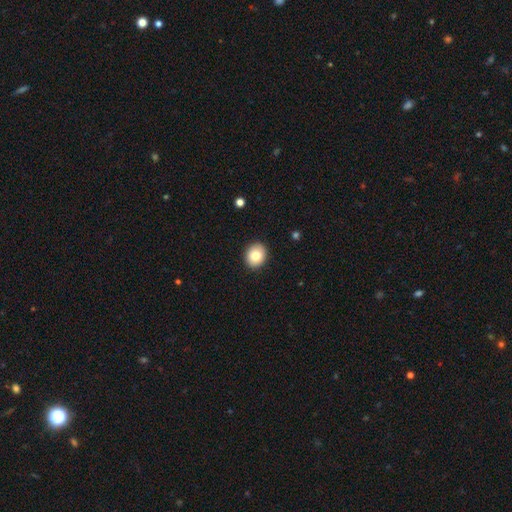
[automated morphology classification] A smooth galaxy with no disk features (80%) that is round (66%).

Vote fractions:
- Smooth or featured? smooth: 80% / featured or disk: 11% / star or artifact: 9%
- How rounded? round: 66% / in between: 33% / cigar-shaped: 1%
- Merging? none: 91% / minor disturbance: 6% / major disturbance: 2% / merger: 1%